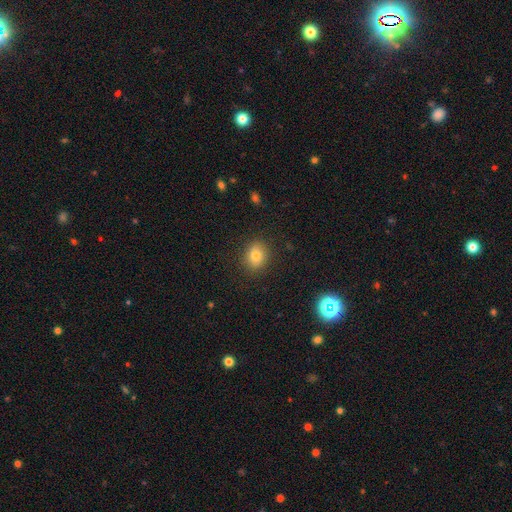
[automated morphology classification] type=smooth (80%); roundness=round (55%); merging=none (88%).